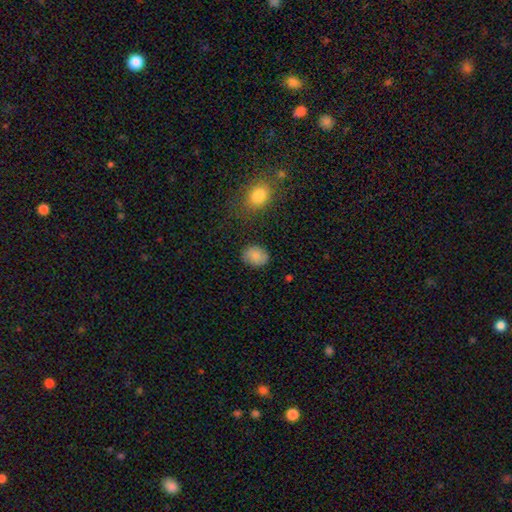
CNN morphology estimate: Overall: smooth (82%). How rounded: in between (50%; round 49%). Merging: none (83%).